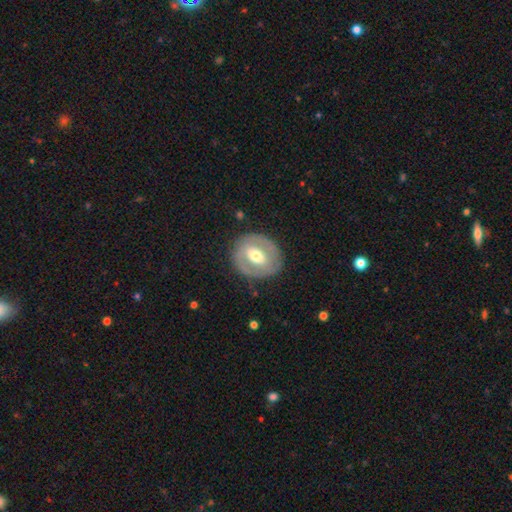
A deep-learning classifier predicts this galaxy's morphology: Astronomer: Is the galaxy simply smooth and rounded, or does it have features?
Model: featured or disk — 63%.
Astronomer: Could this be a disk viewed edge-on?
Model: no — 95%.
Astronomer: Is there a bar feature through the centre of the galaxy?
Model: weak — 40% (runner-up: no, 30%).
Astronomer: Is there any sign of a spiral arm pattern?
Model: no — 56% (runner-up: yes, 44%).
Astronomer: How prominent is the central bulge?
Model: moderate — 70%.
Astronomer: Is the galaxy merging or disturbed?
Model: none — 82%.